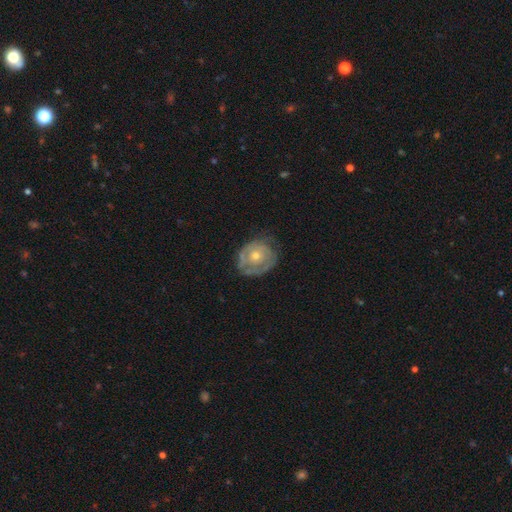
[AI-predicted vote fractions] Smooth or featured? featured or disk (70%)
Edge-on disk? no (97%)
Bar? no (83%)
Spiral arms? yes (71%)
Bulge size? moderate (52%)
Merging? none (65%)